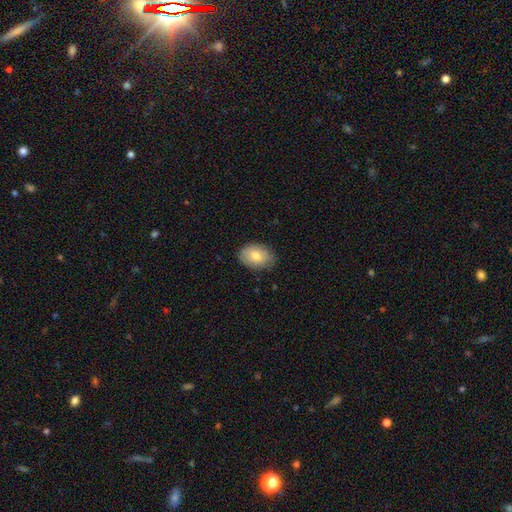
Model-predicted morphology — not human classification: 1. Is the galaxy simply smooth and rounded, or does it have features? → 78% smooth, 15% featured or disk, 7% star or artifact.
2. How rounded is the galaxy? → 82% in between, 17% round, 1% cigar-shaped.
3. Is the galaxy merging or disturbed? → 82% none, 15% minor disturbance, 2% major disturbance, 1% merger.